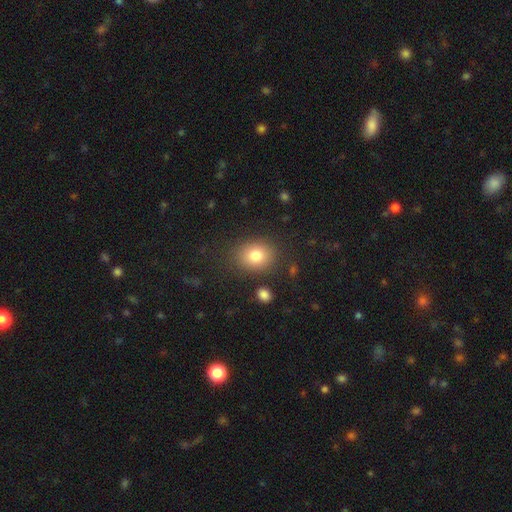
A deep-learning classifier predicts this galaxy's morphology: A smooth galaxy with no disk features (81%) that is round (50%).

Vote fractions:
- Smooth or featured? smooth: 81% / star or artifact: 10% / featured or disk: 9%
- How rounded? round: 50% / in between: 49% / cigar-shaped: 1%
- Merging? none: 83% / minor disturbance: 10% / major disturbance: 4% / merger: 3%